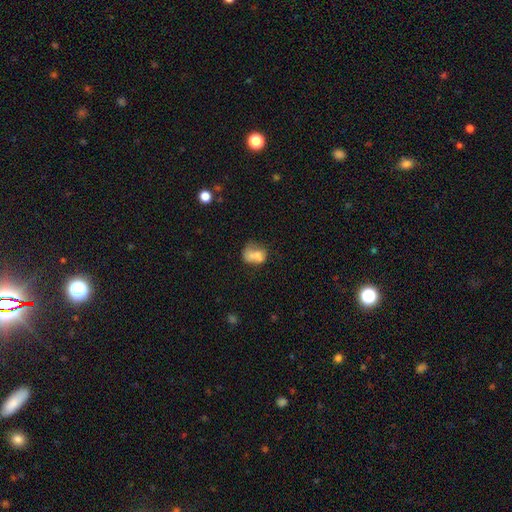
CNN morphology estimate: This appears to be a smooth galaxy with no disk features (66%) that is in between round and cigar-shaped (64%). Merging: merger (34%).